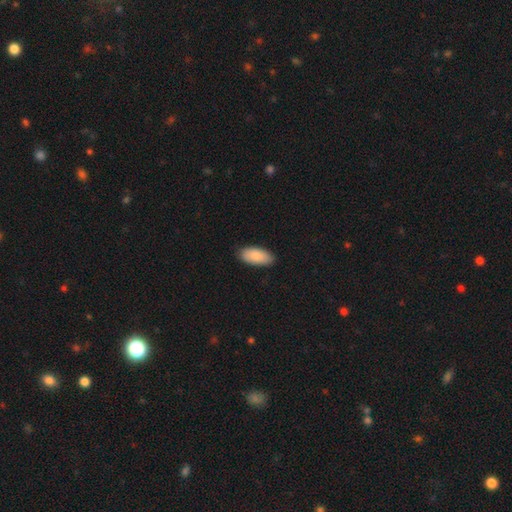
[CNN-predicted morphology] smooth-or-featured: smooth: 88% | featured or disk: 6% | star or artifact: 6%
  how-rounded: in between: 92% | cigar-shaped: 7% | round: 2%
  merging: none: 86% | minor disturbance: 11% | major disturbance: 2% | merger: 1%